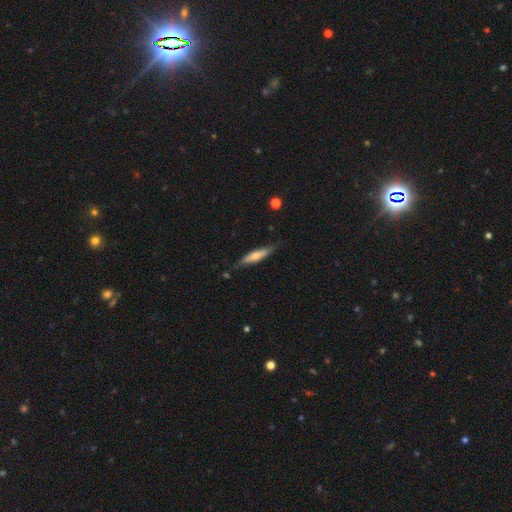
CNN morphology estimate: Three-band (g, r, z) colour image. It shows a smooth galaxy with no disk features (49%). Merging: none (78%).